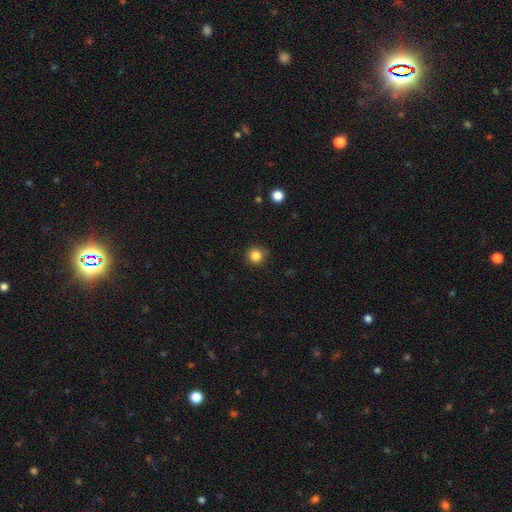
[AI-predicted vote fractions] Smooth or featured? Predicted: smooth (p=0.84). How rounded? Predicted: round (p=0.93). Merging? Predicted: none (p=0.85).